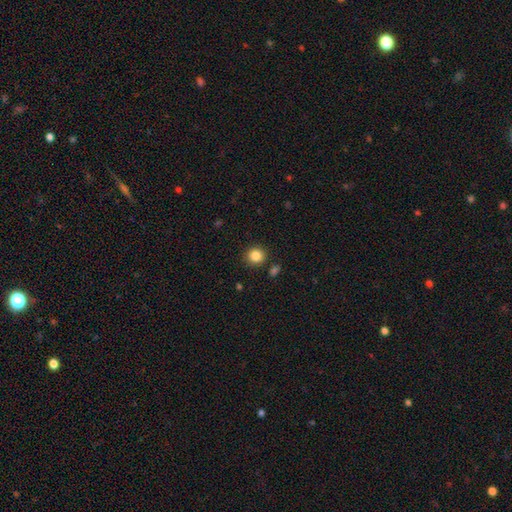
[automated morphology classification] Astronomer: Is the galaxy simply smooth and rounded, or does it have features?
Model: smooth — 85%.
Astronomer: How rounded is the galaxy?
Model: round — 92%.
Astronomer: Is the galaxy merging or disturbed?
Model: none — 88%.